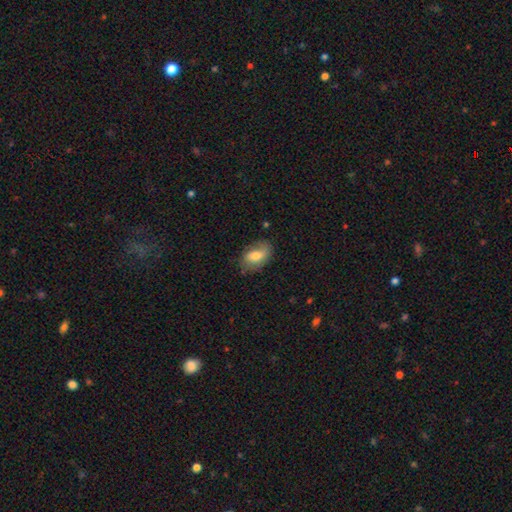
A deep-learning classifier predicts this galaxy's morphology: This is likely a smooth galaxy (60%). How rounded: clearly in between (89%). Merging: likely none (68%).